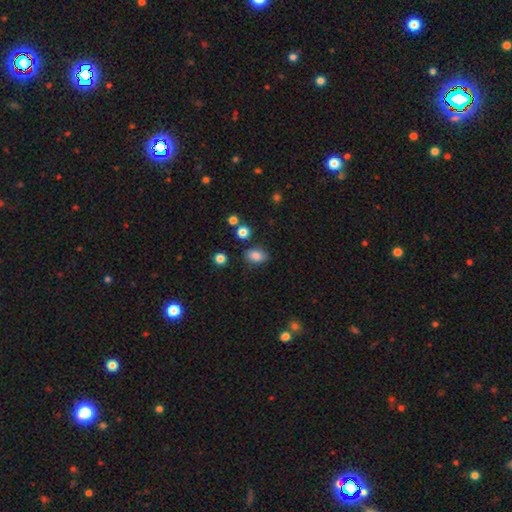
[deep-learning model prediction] smooth-or-featured: smooth: 83% | star or artifact: 11% | featured or disk: 6%
  how-rounded: in between: 76% | round: 22% | cigar-shaped: 1%
  merging: none: 79% | minor disturbance: 14% | merger: 4% | major disturbance: 3%